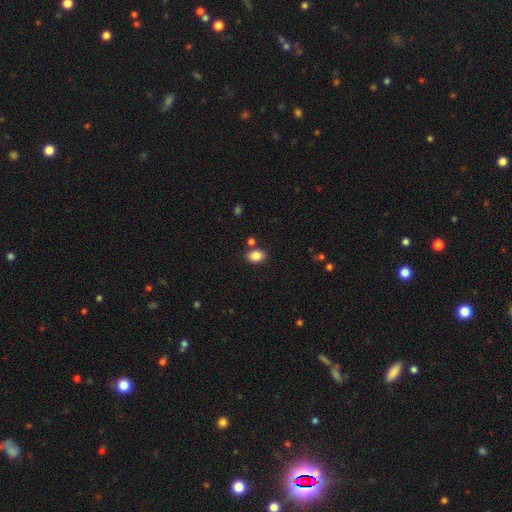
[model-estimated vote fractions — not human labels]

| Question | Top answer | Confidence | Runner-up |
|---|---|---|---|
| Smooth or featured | smooth | 86% | star or artifact (9%) |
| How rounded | in between | 74% | round (25%) |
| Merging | none | 79% | minor disturbance (11%) |